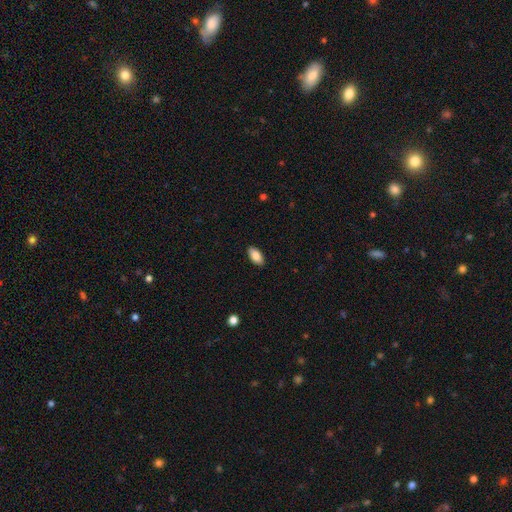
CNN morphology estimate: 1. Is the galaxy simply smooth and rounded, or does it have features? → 85% smooth, 8% featured or disk, 7% star or artifact.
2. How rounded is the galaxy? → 92% in between, 5% cigar-shaped, 2% round.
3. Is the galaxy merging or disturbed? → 90% none, 8% minor disturbance, 2% major disturbance, 1% merger.